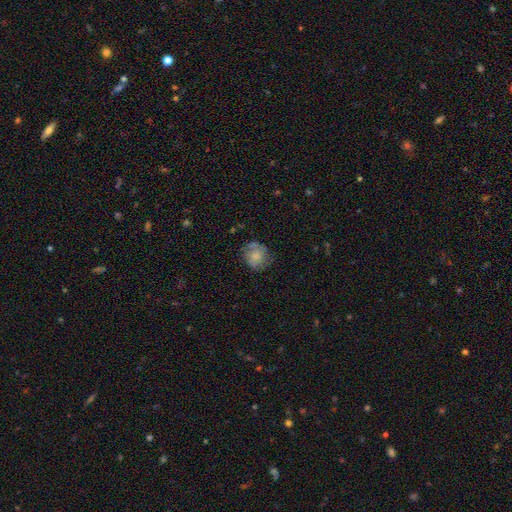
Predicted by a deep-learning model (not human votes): smooth-or-featured: smooth: 61% | featured or disk: 31% | star or artifact: 9%
  how-rounded: round: 76% | in between: 23% | cigar-shaped: 1%
  merging: none: 63% | minor disturbance: 24% | major disturbance: 11% | merger: 2%